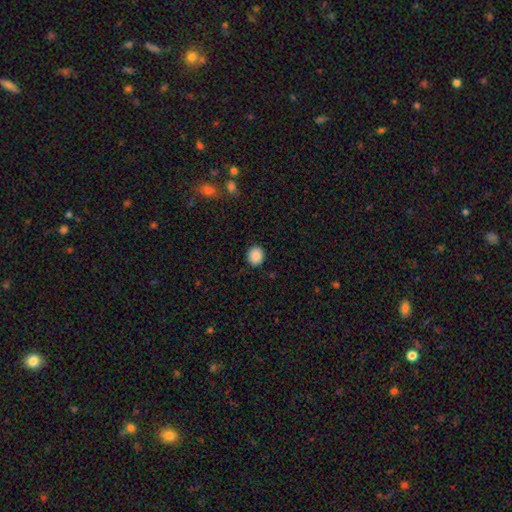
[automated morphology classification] The model was most divided on "how rounded": round: 81%, in between: 18%, cigar-shaped: 1%. More confident: merging — none (90%); smooth or featured — smooth (88%).